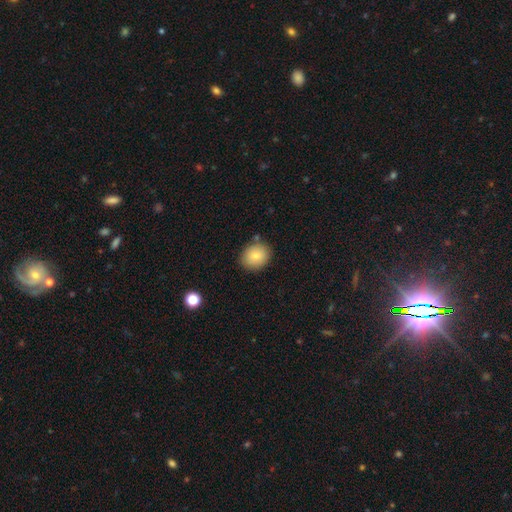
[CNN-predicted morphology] Smooth or featured? smooth (83%)
How rounded? round (62%)
Merging? none (82%)